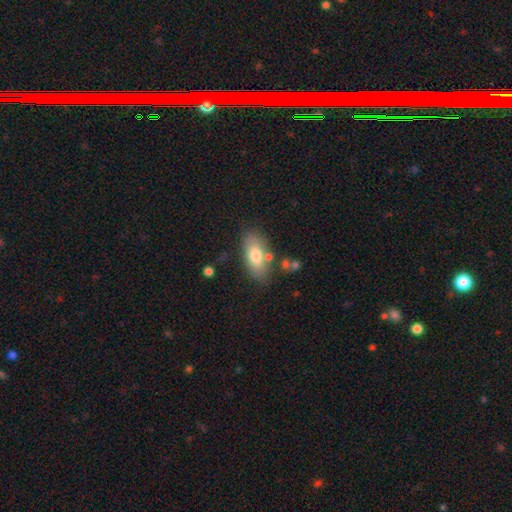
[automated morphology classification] smooth 73%, featured or disk 20%, star or artifact 7%. Down the decision tree: how rounded — in between (85%); merging — none (71%).